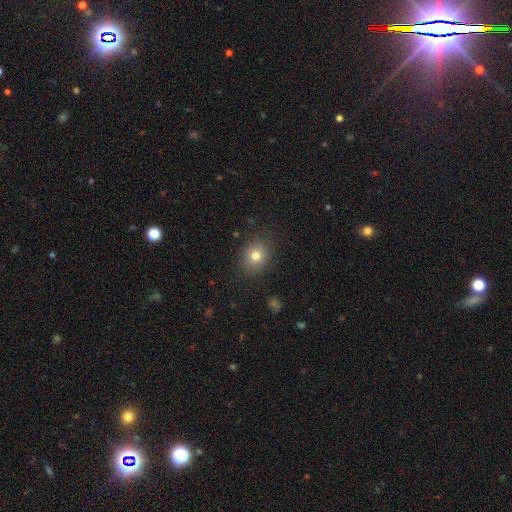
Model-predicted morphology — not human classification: type=smooth (78%); roundness=round (63%); merging=none (86%).